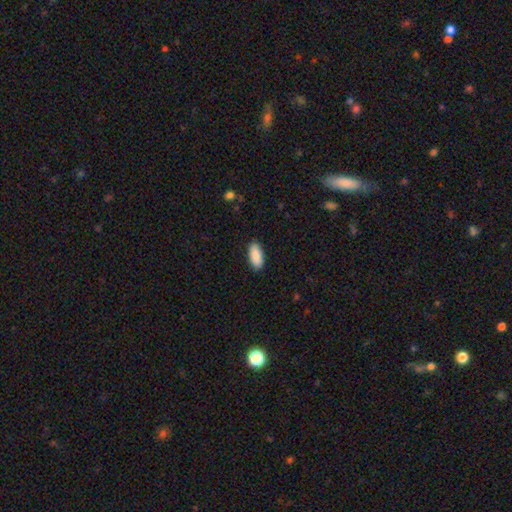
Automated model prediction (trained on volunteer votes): smooth 89%, star or artifact 6%, featured or disk 5%. Down the decision tree: how rounded — in between (86%); merging — none (89%).